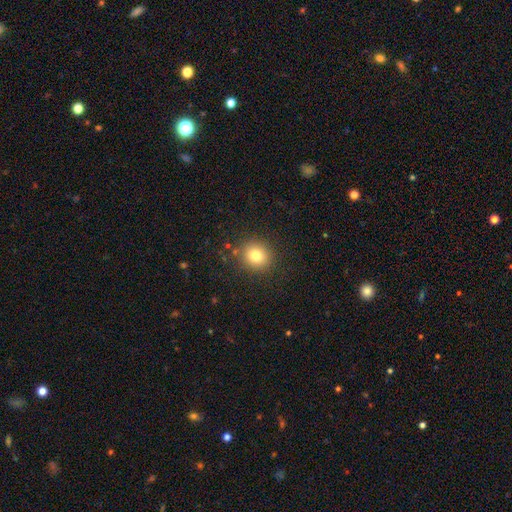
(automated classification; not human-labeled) Smooth or featured? Predicted: smooth (p=0.79). How rounded? Predicted: round (p=0.85). Merging? Predicted: none (p=0.87).